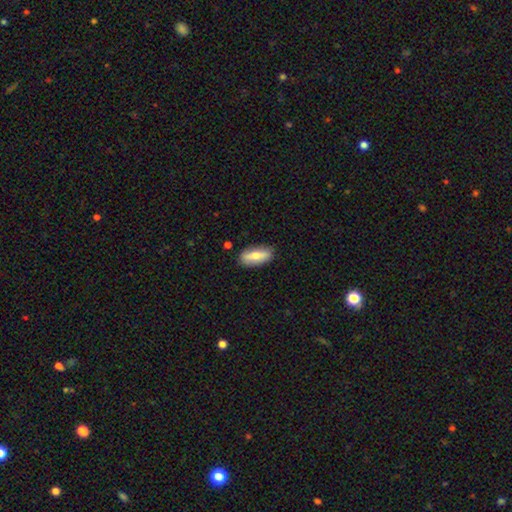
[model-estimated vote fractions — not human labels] Smooth or featured: smooth — 63% (featured or disk — 31%)
How rounded: in between — 76% (cigar-shaped — 21%)
Merging: none — 84% (minor disturbance — 12%)